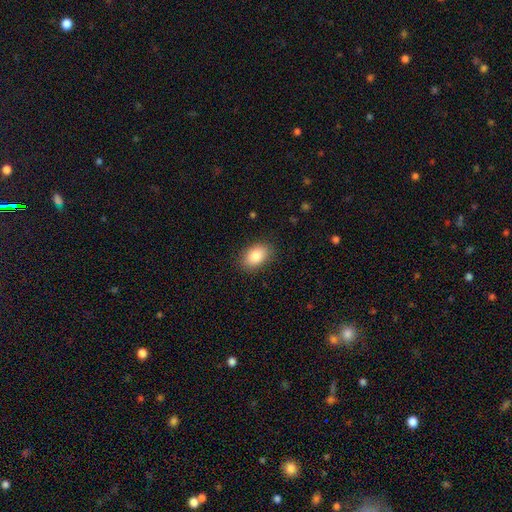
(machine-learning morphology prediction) Smooth or featured: smooth — 86% (star or artifact — 7%)
How rounded: in between — 87% (round — 12%)
Merging: none — 86% (minor disturbance — 10%)